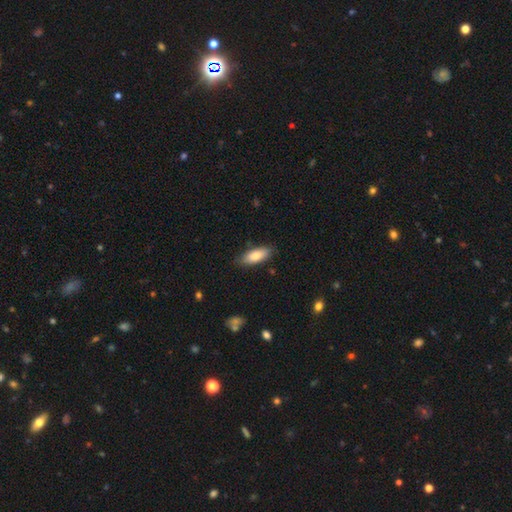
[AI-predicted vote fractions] smooth 82%, featured or disk 12%, star or artifact 6%. Down the decision tree: how rounded — in between (73%); merging — none (82%).